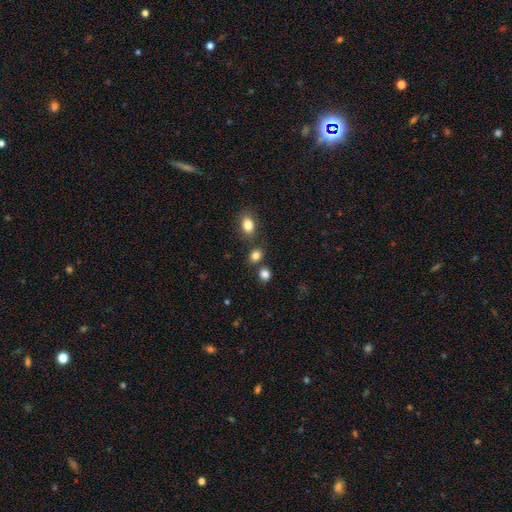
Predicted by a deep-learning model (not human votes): Overall: smooth (83%). How rounded: round (66%; in between 33%). Merging: none (74%).